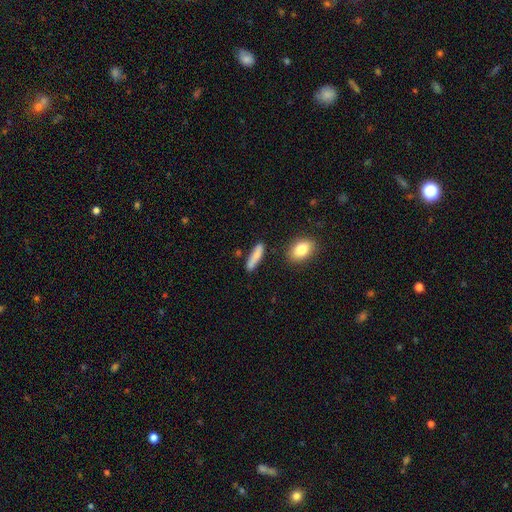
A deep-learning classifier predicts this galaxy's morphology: Smooth or featured?
  - smooth: 81% *
  - featured or disk: 12%
  - star or artifact: 7%
How rounded?
  - cigar-shaped: 78% *
  - in between: 20%
  - round: 3%
Merging?
  - none: 79% *
  - minor disturbance: 14%
  - merger: 5%
  - major disturbance: 3%